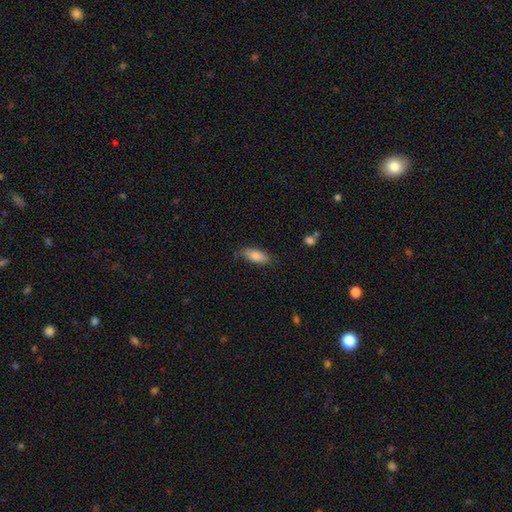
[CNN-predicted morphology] A smooth galaxy with no disk features (82%) that is in between round and cigar-shaped (78%). Merging: none (77%).